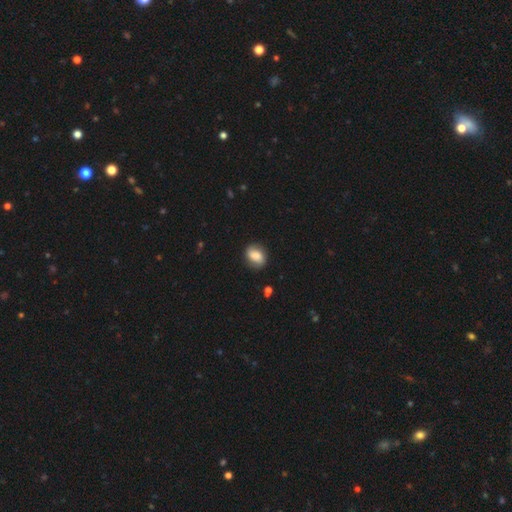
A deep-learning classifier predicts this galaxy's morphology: Smooth or featured?
  - smooth: 73% *
  - featured or disk: 19%
  - star or artifact: 8%
How rounded?
  - in between: 62% *
  - round: 36%
  - cigar-shaped: 2%
Merging?
  - none: 82% *
  - minor disturbance: 13%
  - major disturbance: 3%
  - merger: 1%